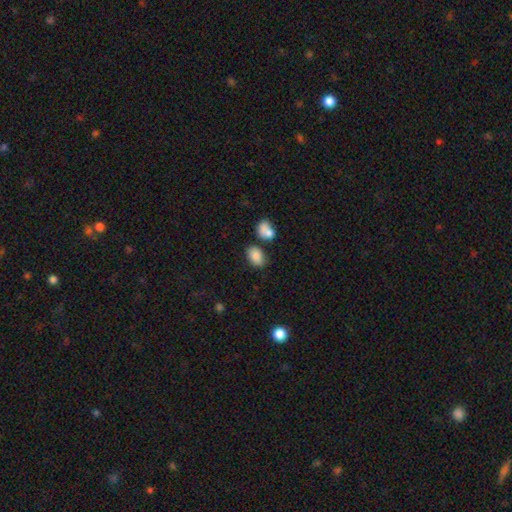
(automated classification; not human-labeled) Smooth or featured? Predicted: smooth (p=0.84). How rounded? Predicted: in between (p=0.84). Merging? Predicted: none (p=0.65).